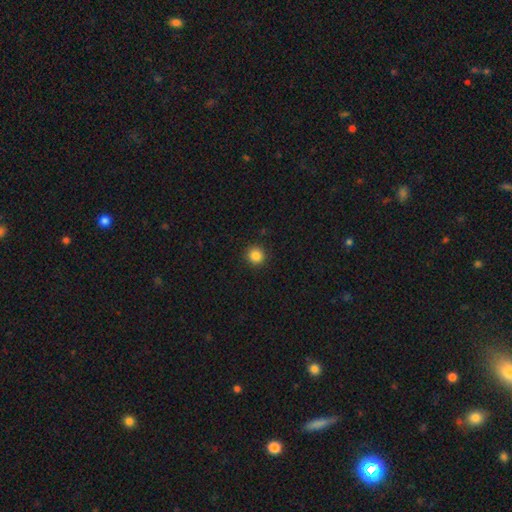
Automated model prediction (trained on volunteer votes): smooth_or_featured: smooth (p=0.85) [alt: star or artifact p=0.11]
how_rounded: round (p=0.94) [alt: in between p=0.05]
merging: none (p=0.92) [alt: minor disturbance p=0.05]